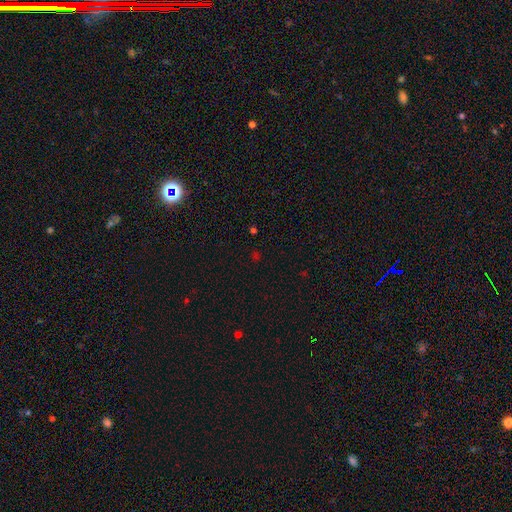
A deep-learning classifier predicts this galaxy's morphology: smooth-or-featured: star or artifact: 54% | smooth: 40% | featured or disk: 6%